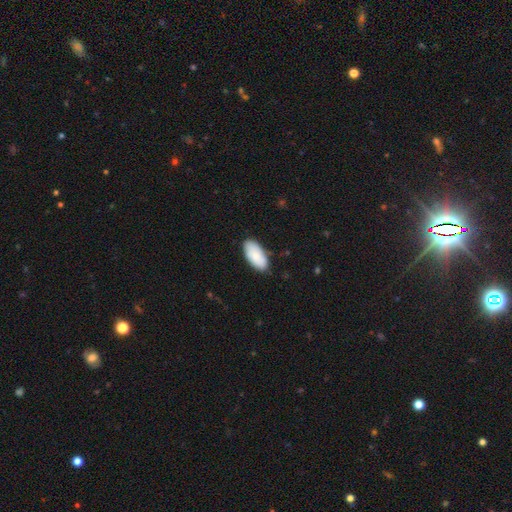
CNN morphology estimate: A smooth galaxy with no disk features (84%) that is in between round and cigar-shaped (94%). Merging: none (82%).